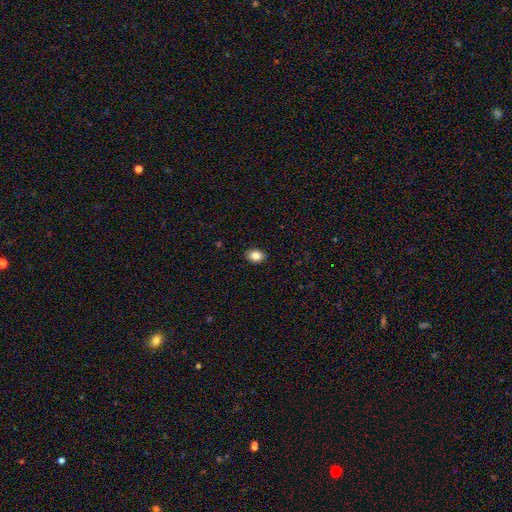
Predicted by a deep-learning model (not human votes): Smooth or featured? smooth (84%)
How rounded? in between (72%)
Merging? none (89%)